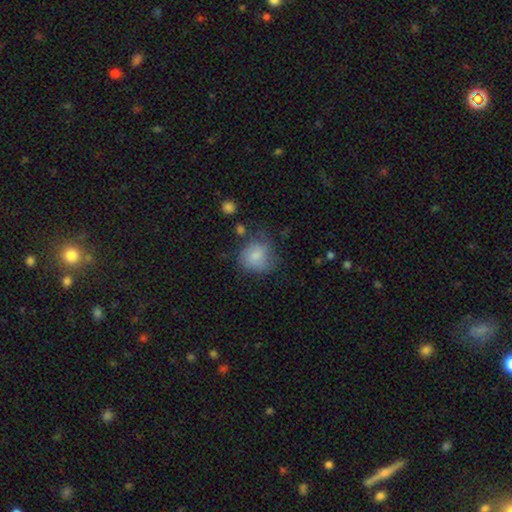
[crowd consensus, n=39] Volunteers were most divided on "merging": none: 56%, minor disturbance: 25%, major disturbance: 19%, merger: 0%. More confident: smooth or featured — smooth (82%); how rounded — round (69%).